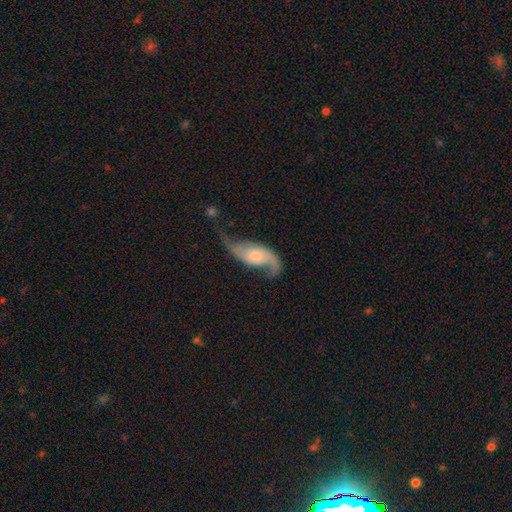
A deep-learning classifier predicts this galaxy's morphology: The model was most divided on "bulge size": small: 46%, moderate: 36%, none: 9%, large: 7%, dominant: 2%. More confident: spiral arms — yes (94%); edge-on disk — no (94%); spiral arm count — 2 (86%); smooth or featured — featured or disk (81%); spiral winding — loose (75%); bar — no (63%); merging — none (52%).